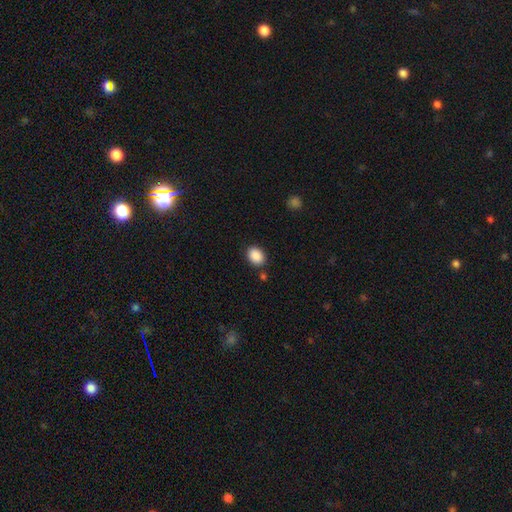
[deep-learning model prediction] A smooth galaxy with no disk features (89%) that is in between round and cigar-shaped (66%). Merging: none (84%).